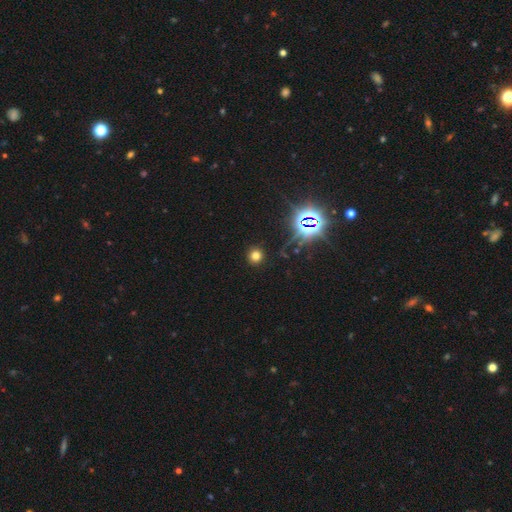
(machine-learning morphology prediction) type=smooth (69%); roundness=round (89%); merging=none (90%).